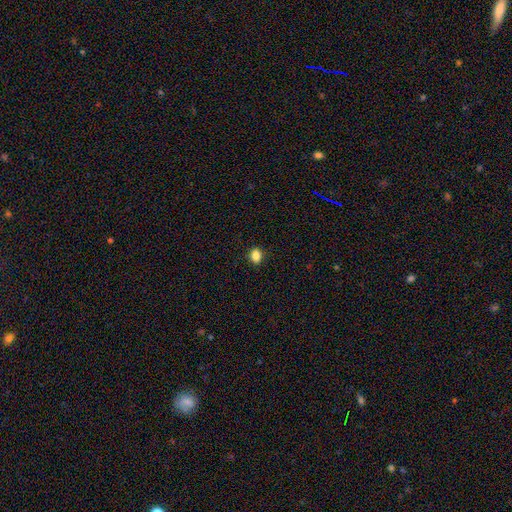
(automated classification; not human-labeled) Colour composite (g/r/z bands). It shows a smooth galaxy with no disk features (86%) that is in between round and cigar-shaped (60%). Merging: none (90%).